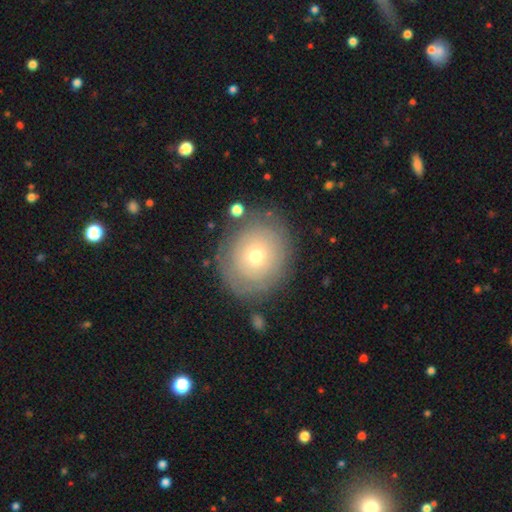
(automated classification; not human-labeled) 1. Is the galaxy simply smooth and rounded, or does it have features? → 58% smooth, 32% featured or disk, 10% star or artifact.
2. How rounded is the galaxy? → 78% round, 21% in between, 1% cigar-shaped.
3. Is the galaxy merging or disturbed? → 79% none, 13% minor disturbance, 5% major disturbance, 2% merger.